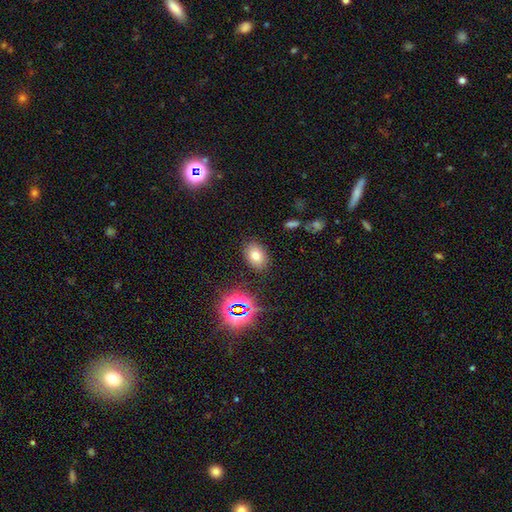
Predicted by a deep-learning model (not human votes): smooth 70%, star or artifact 20%, featured or disk 11%. Down the decision tree: how rounded — in between (75%); merging — none (86%).